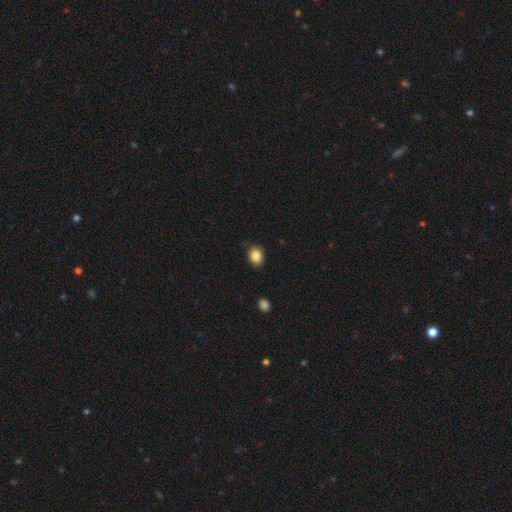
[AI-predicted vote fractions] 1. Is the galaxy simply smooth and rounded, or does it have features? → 85% smooth, 9% star or artifact, 5% featured or disk.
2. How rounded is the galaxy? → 53% in between, 46% round, 1% cigar-shaped.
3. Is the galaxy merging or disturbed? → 81% none, 15% minor disturbance, 3% major disturbance, 1% merger.